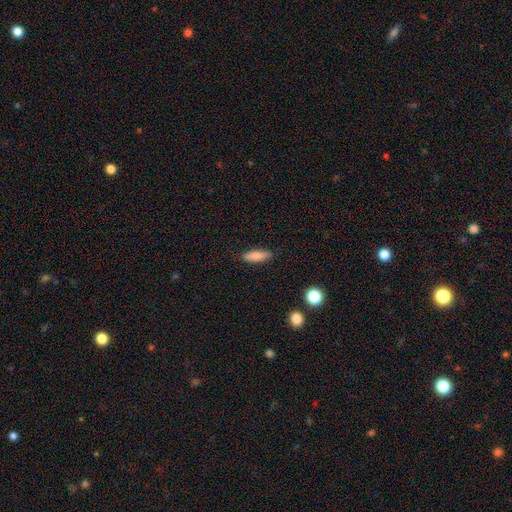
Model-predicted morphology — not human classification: smooth-or-featured: smooth: 82% | featured or disk: 11% | star or artifact: 7%
  how-rounded: cigar-shaped: 58% | in between: 40% | round: 2%
  merging: none: 85% | minor disturbance: 11% | major disturbance: 2% | merger: 1%